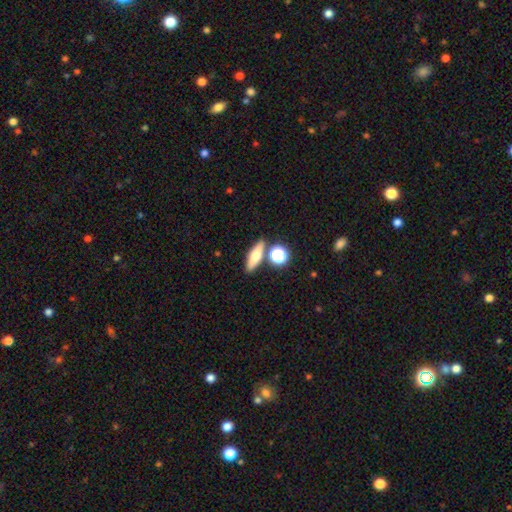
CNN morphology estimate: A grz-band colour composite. It shows a smooth galaxy with no disk features (62%) that is in between round and cigar-shaped (44%). Merging: none (74%).